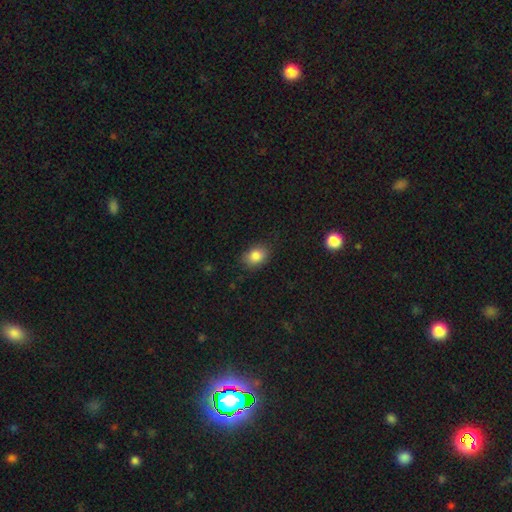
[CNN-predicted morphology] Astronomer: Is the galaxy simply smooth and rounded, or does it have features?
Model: smooth — 85%.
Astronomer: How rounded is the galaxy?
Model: in between — 69%.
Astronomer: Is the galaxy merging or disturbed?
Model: none — 84%.